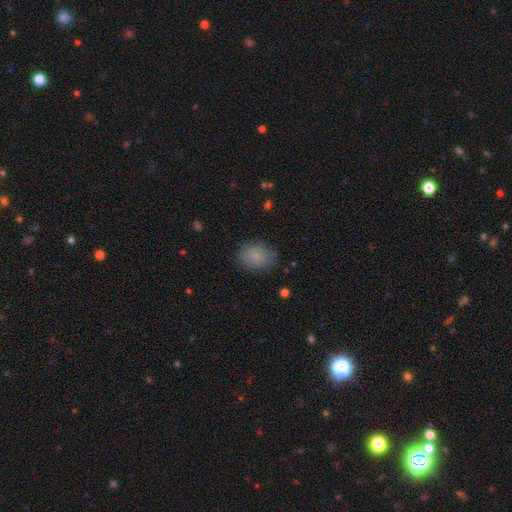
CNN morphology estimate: The model was most divided on "how rounded": in between: 63%, round: 36%, cigar-shaped: 1%. More confident: smooth or featured — smooth (79%); merging — none (77%).